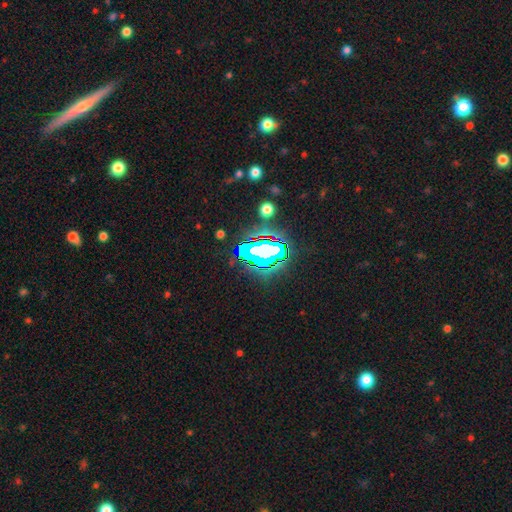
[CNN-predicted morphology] Q: Smooth or featured?
A: star or artifact (62%); runner-up: smooth (19%)